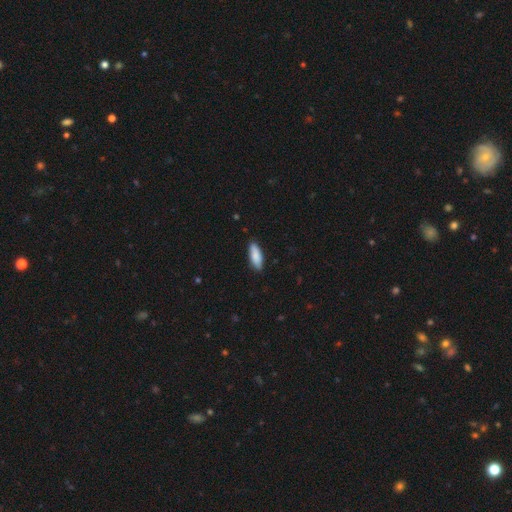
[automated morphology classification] type=smooth (86%); roundness=in between (69%); merging=none (86%).